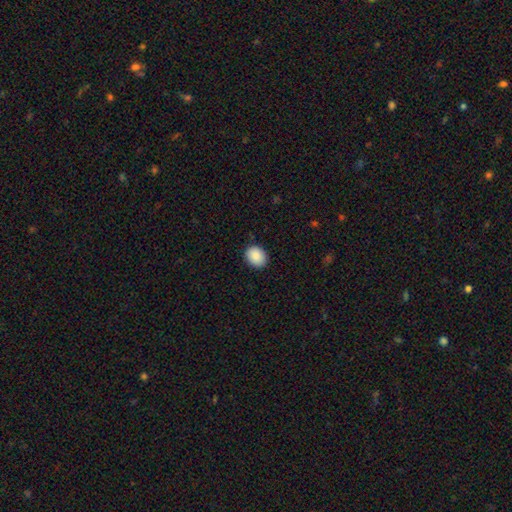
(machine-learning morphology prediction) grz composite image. It shows a smooth galaxy with no disk features (90%) that is in between round and cigar-shaped (54%). Merging: none (87%).